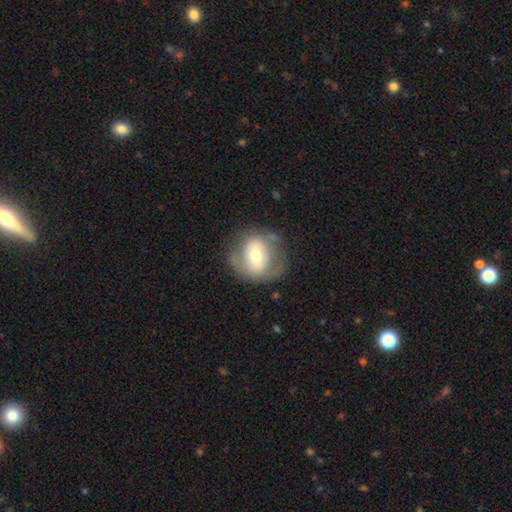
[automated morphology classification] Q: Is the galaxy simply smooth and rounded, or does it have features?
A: smooth — 47%.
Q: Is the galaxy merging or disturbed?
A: none — 63%.